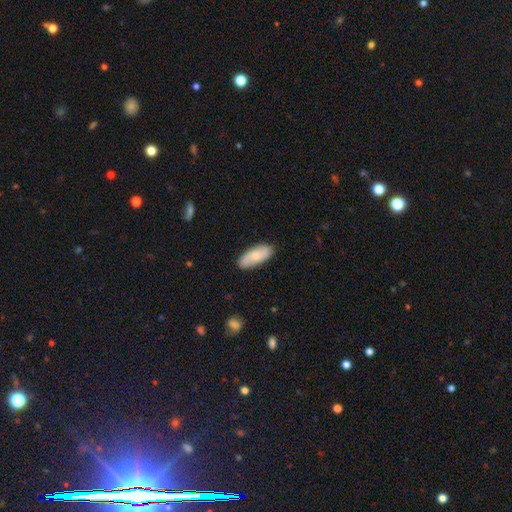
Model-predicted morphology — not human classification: Smooth or featured? smooth (63%)
How rounded? in between (81%)
Merging? none (85%)